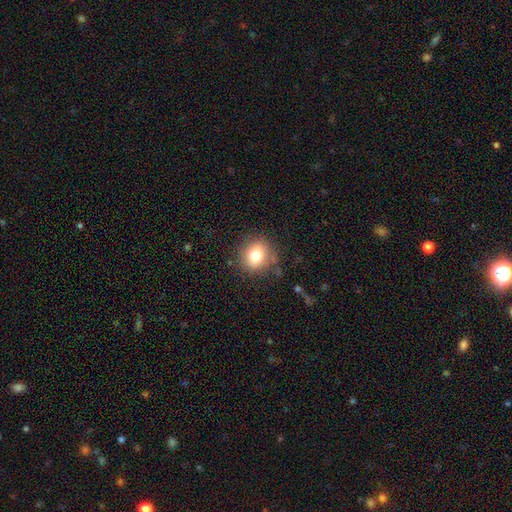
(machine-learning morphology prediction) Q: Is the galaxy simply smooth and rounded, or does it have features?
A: smooth — 77%.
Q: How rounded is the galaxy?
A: round — 77%.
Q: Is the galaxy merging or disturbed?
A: none — 81%.